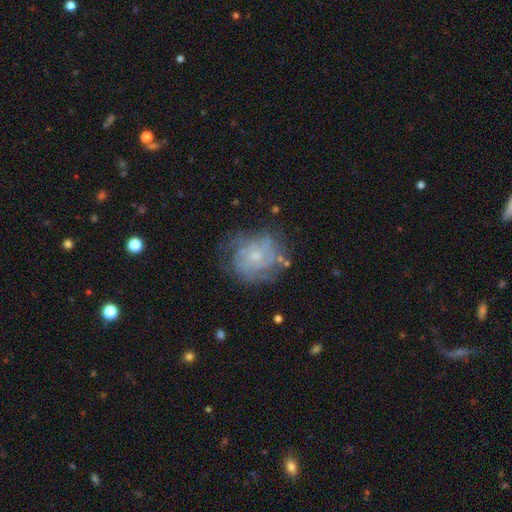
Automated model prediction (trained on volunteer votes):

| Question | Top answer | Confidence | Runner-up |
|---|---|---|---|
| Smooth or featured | featured or disk | 70% | smooth (20%) |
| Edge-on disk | no | 97% | yes (3%) |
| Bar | no | 76% | weak (21%) |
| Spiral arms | yes | 81% | no (19%) |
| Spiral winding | tight | 61% | medium (29%) |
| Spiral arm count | can't tell | 54% | 3 (12%) |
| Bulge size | small | 67% | moderate (24%) |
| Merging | none | 67% | minor disturbance (20%) |